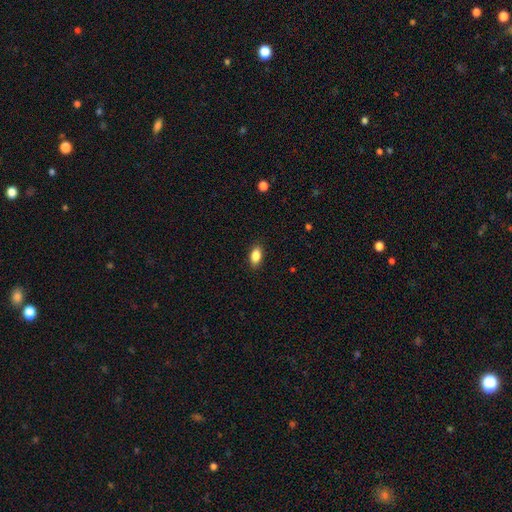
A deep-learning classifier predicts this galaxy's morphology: A smooth galaxy with no disk features (86%) that is in between round and cigar-shaped (90%). Merging: none (89%).